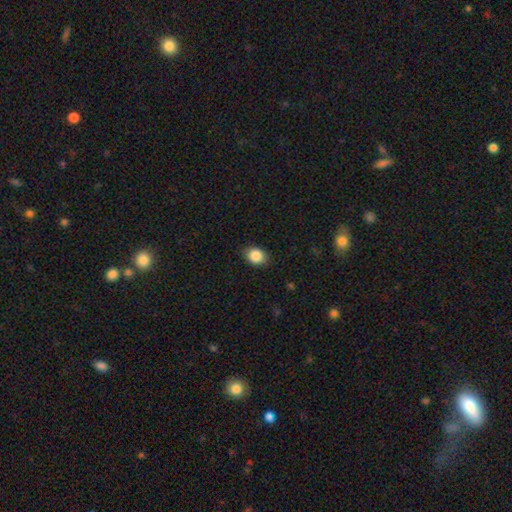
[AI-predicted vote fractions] This appears to be a smooth galaxy with no disk features (87%) that is in between round and cigar-shaped (59%). Merging: none (85%).